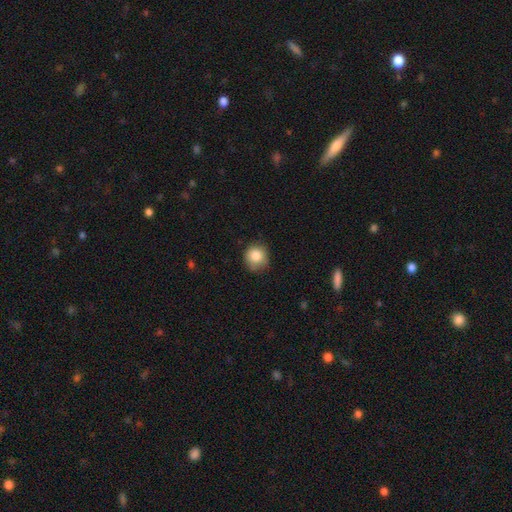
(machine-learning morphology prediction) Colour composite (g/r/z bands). It shows a smooth galaxy with no disk features (84%) that is round (89%). Merging: none (75%).